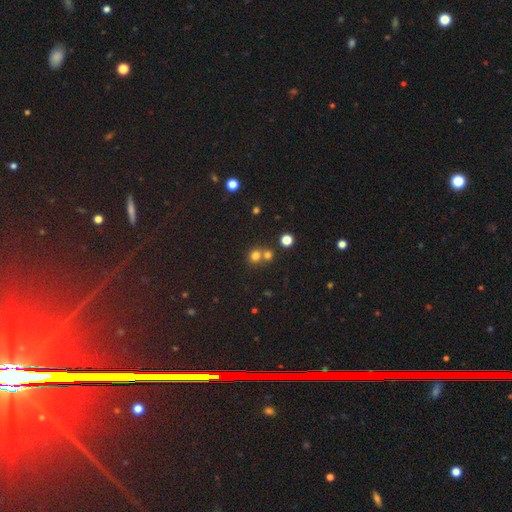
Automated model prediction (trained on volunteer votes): Smooth or featured? smooth (75%)
How rounded? round (86%)
Merging? none (52%)